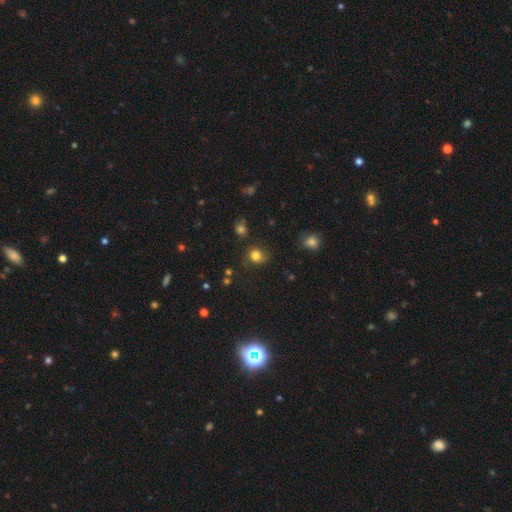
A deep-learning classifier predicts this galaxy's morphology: Smooth or featured?
  - smooth: 78% *
  - star or artifact: 14%
  - featured or disk: 8%
How rounded?
  - round: 76% *
  - in between: 23%
  - cigar-shaped: 1%
Merging?
  - none: 69% *
  - minor disturbance: 19%
  - major disturbance: 8%
  - merger: 4%